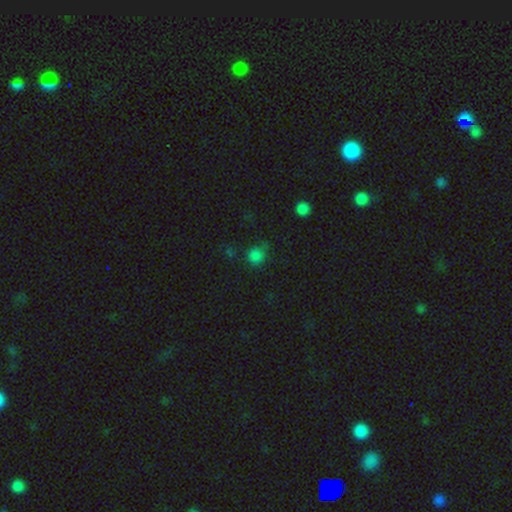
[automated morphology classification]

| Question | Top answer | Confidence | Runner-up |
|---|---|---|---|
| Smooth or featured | smooth | 77% | star or artifact (19%) |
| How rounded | round | 86% | in between (13%) |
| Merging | none | 70% | minor disturbance (20%) |